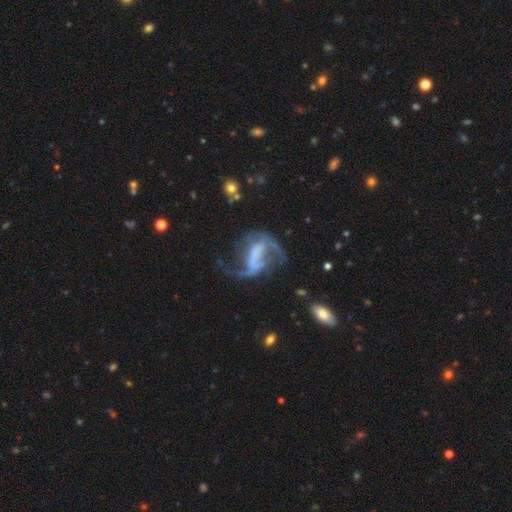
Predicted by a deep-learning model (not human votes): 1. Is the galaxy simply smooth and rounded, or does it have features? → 78% featured or disk, 12% smooth, 10% star or artifact.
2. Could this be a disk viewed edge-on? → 96% no, 4% yes.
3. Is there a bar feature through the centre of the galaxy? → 38% strong, 32% weak, 31% no.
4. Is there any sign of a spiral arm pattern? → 81% yes, 19% no.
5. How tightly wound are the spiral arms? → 60% loose, 31% medium, 9% tight.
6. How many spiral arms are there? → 69% 2, 15% 1, 9% can't tell, 3% 3, 2% 4, 2% more than 4.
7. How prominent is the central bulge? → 59% none, 16% small, 12% moderate, 10% large, 3% dominant.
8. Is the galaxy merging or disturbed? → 42% major disturbance, 35% none, 17% minor disturbance, 6% merger.